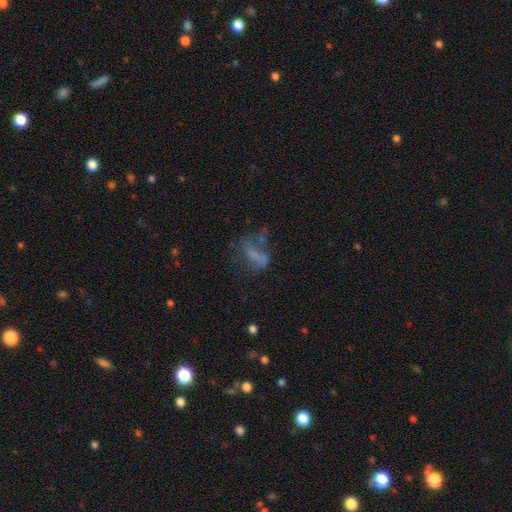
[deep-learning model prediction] A featured or disk galaxy (41%). Merging: major disturbance (37%).